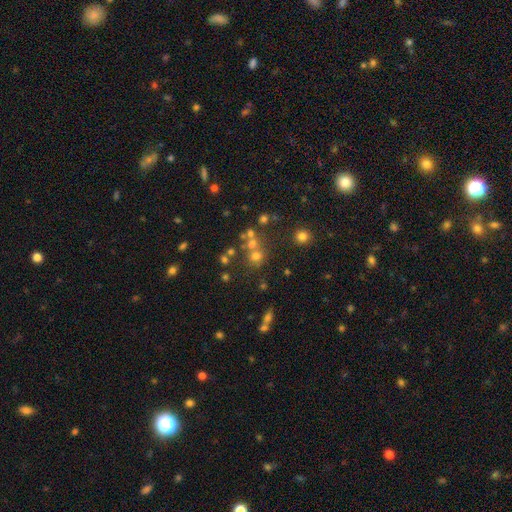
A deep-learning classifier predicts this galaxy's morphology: Q: Smooth or featured?
A: smooth (55%); runner-up: star or artifact (30%)
Q: How rounded?
A: round (84%); runner-up: in between (14%)
Q: Merging?
A: none (56%); runner-up: merger (30%)